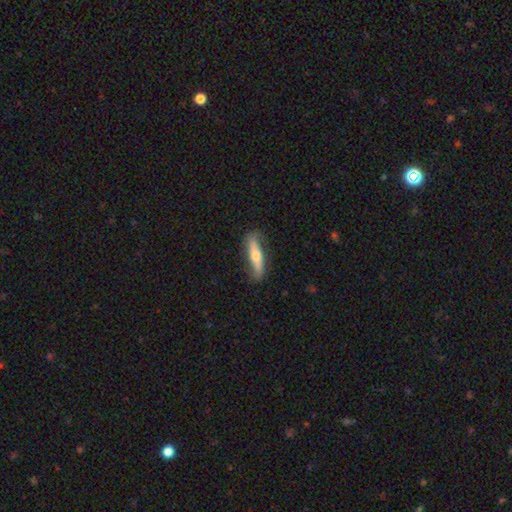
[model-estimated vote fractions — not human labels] Q: Smooth or featured?
A: featured or disk (57%); runner-up: smooth (38%)
Q: Edge-on disk?
A: yes (71%); runner-up: no (29%)
Q: Merging?
A: none (80%); runner-up: minor disturbance (15%)